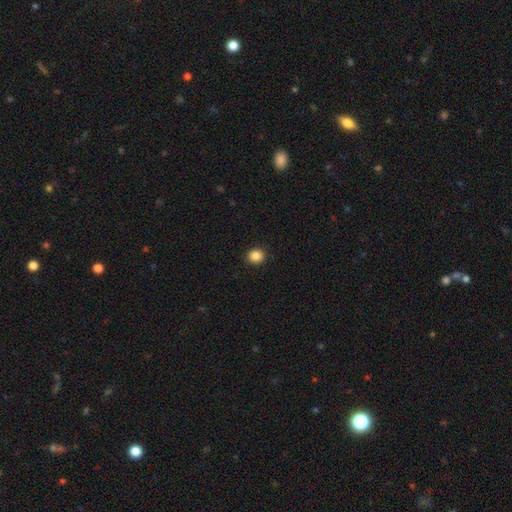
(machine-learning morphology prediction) Smooth or featured?
  - smooth: 87% *
  - star or artifact: 10%
  - featured or disk: 4%
How rounded?
  - round: 82% *
  - in between: 17%
  - cigar-shaped: 1%
Merging?
  - none: 91% *
  - minor disturbance: 6%
  - major disturbance: 2%
  - merger: 1%